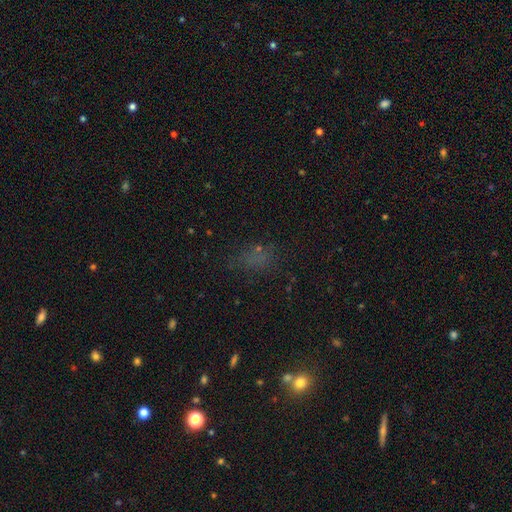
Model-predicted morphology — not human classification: Smooth or featured: smooth — 49% (star or artifact — 39%)
Merging: none — 63% (minor disturbance — 18%)